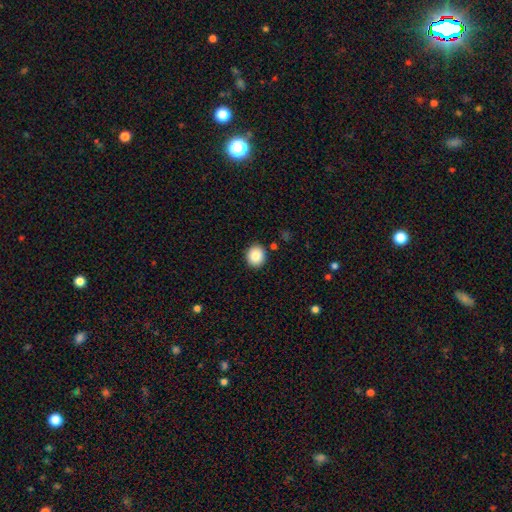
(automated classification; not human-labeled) Smooth or featured?
  - smooth: 86% *
  - star or artifact: 9%
  - featured or disk: 5%
How rounded?
  - round: 78% *
  - in between: 21%
  - cigar-shaped: 1%
Merging?
  - none: 90% *
  - minor disturbance: 6%
  - merger: 2%
  - major disturbance: 2%